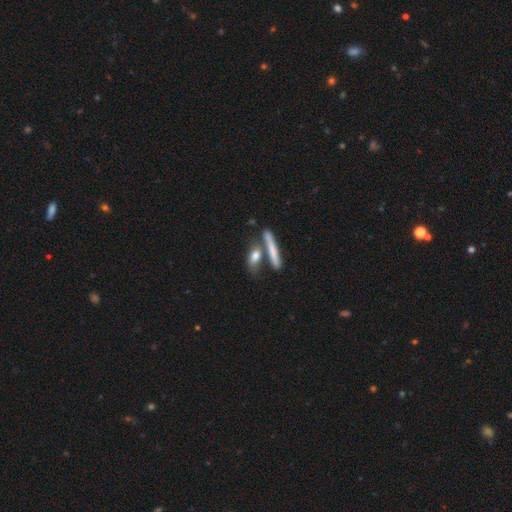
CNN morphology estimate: Q: Smooth or featured?
A: smooth (67%); runner-up: featured or disk (25%)
Q: How rounded?
A: cigar-shaped (57%); runner-up: in between (32%)
Q: Merging?
A: none (52%); runner-up: merger (27%)